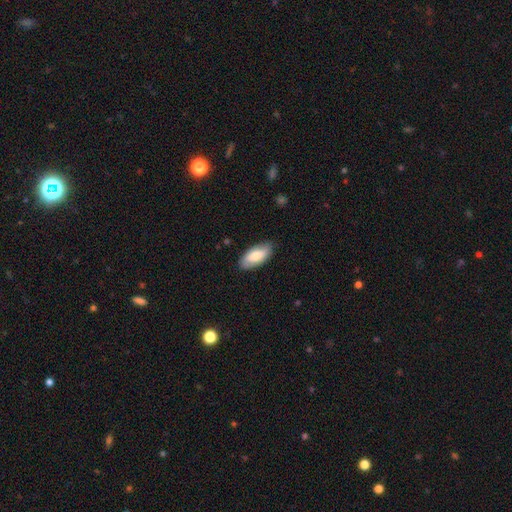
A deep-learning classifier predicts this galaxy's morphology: This is likely a smooth galaxy (75%). How rounded: clearly in between (91%). Merging: clearly none (83%).